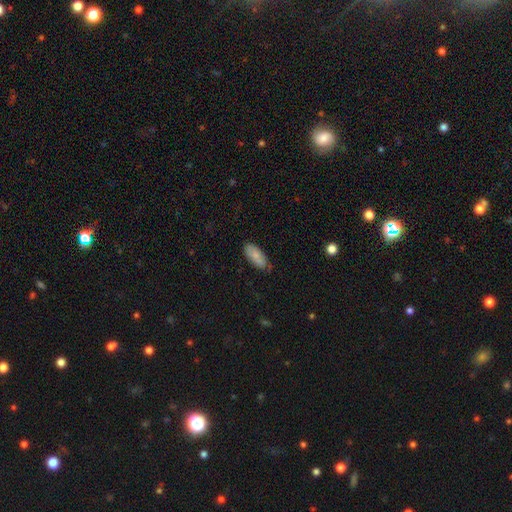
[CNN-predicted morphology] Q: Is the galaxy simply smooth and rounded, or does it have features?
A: smooth — 78%.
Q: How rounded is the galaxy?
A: in between — 86%.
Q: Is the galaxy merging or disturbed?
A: none — 76%.